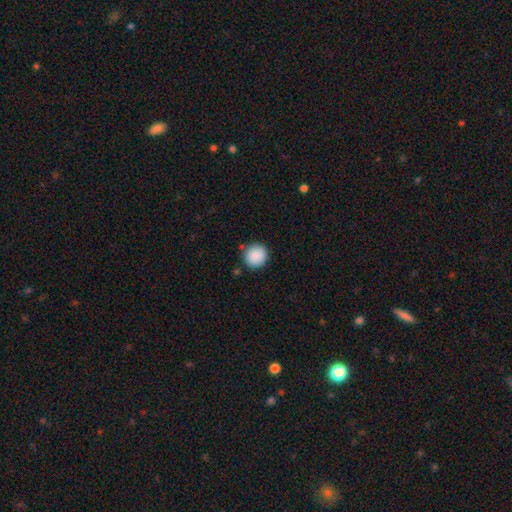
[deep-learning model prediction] This is clearly a smooth galaxy (90%). How rounded: clearly round (93%). Merging: clearly none (87%).